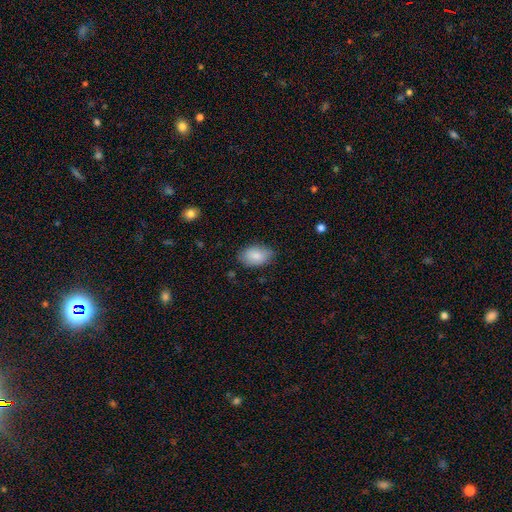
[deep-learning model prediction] This appears to be a smooth galaxy with no disk features (84%) that is in between round and cigar-shaped (89%). Merging: none (77%).